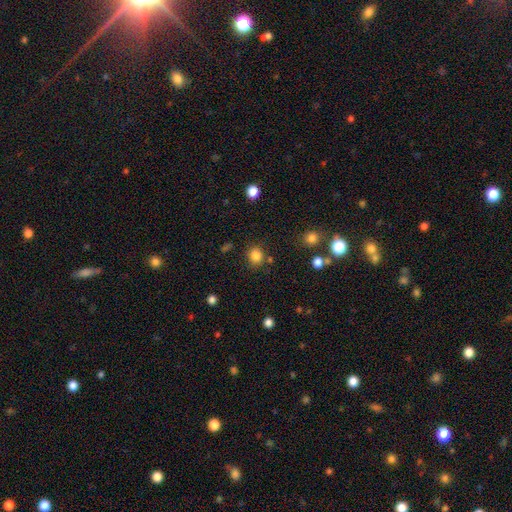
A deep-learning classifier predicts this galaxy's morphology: Overall: smooth (83%). How rounded: round (81%). Merging: none (81%).